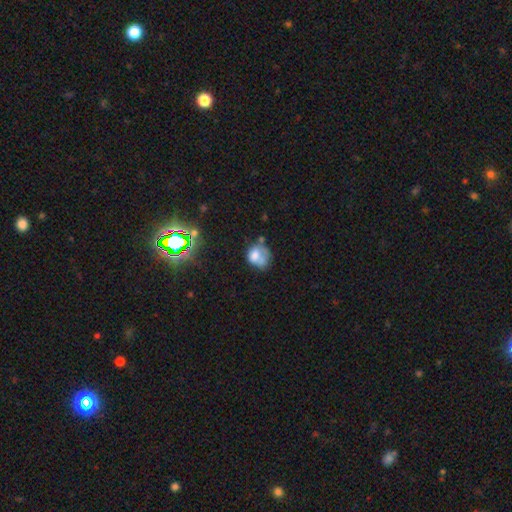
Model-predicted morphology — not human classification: Smooth or featured?
  - smooth: 63% *
  - featured or disk: 24%
  - star or artifact: 13%
How rounded?
  - round: 61% *
  - in between: 38%
  - cigar-shaped: 1%
Merging?
  - none: 34% *
  - minor disturbance: 28%
  - major disturbance: 23%
  - merger: 15%